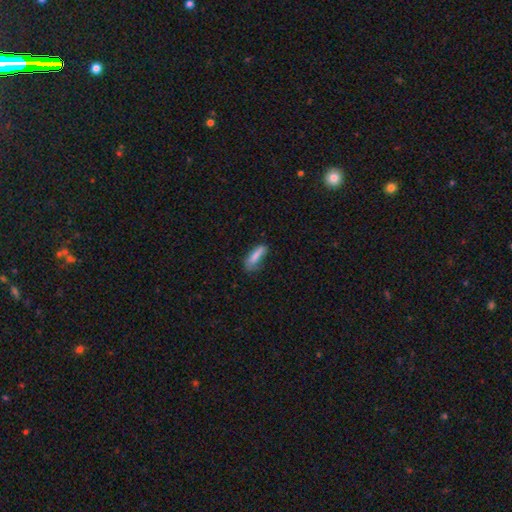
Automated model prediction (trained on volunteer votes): This appears to be a smooth galaxy with no disk features (81%) that is cigar-shaped (58%). Merging: none (52%).